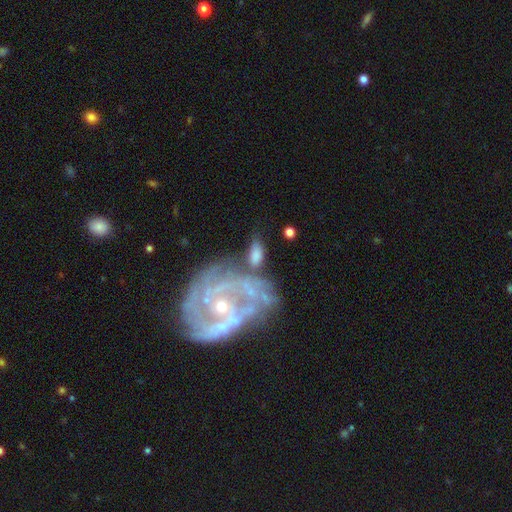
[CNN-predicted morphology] smooth 56%, featured or disk 37%, star or artifact 8%. Down the decision tree: how rounded — in between (89%); merging — none (48%).